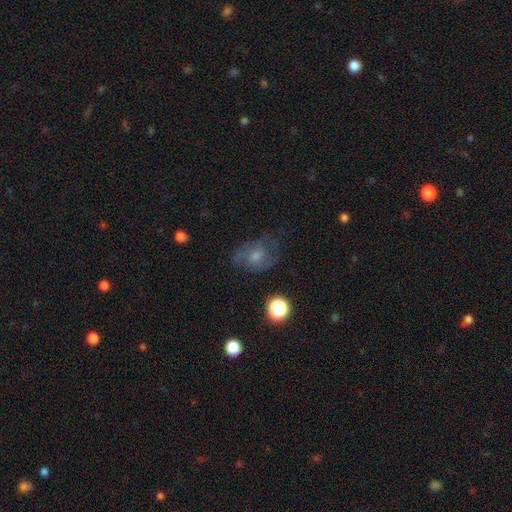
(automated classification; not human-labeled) This appears to be a featured or disk galaxy (52%) with no bar (71%), spiral arms (80%) and a moderate central bulge (46%). Merging: none (66%).